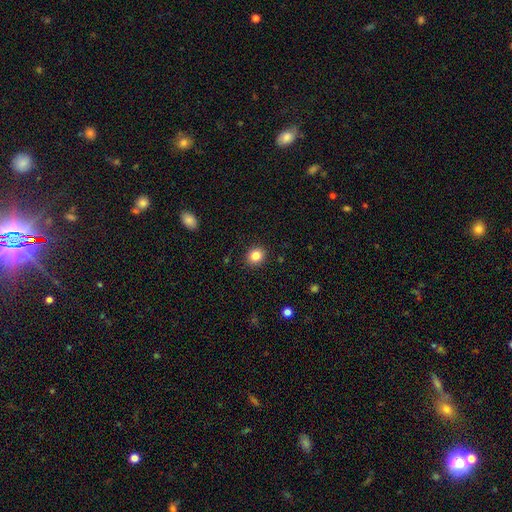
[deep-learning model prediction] smooth-or-featured: smooth: 85% | star or artifact: 10% | featured or disk: 5%
  how-rounded: round: 74% | in between: 25% | cigar-shaped: 1%
  merging: none: 91% | minor disturbance: 6% | major disturbance: 2% | merger: 1%